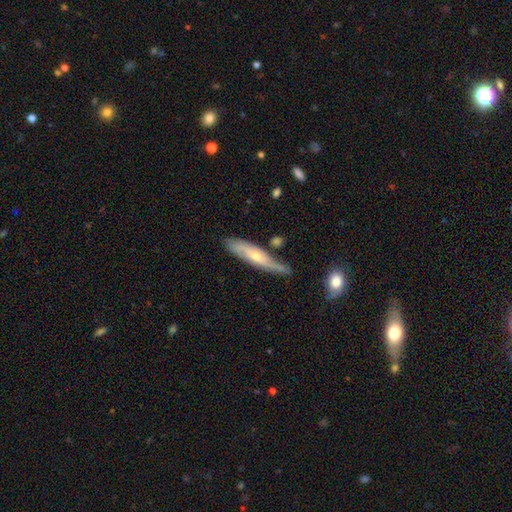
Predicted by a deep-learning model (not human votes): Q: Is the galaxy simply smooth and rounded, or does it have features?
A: featured or disk — 57%.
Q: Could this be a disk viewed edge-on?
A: no — 50%, tied with yes.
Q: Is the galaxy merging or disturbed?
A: none — 55%.